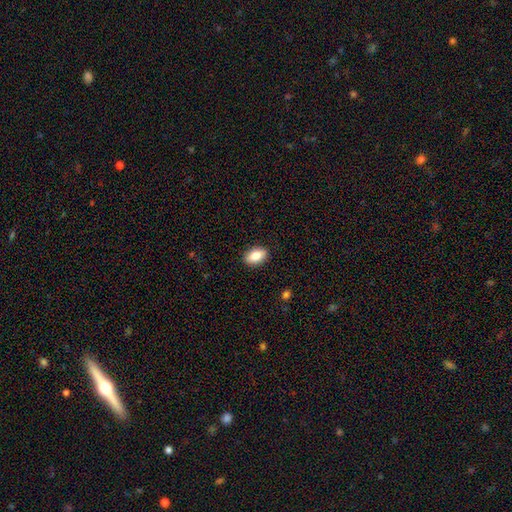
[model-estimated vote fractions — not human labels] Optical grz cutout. It shows a smooth galaxy with no disk features (86%) that is in between round and cigar-shaped (91%). Merging: none (89%).